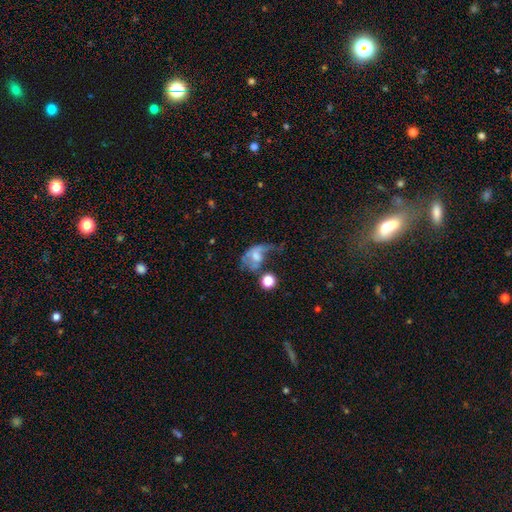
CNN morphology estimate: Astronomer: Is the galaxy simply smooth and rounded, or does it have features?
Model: featured or disk — 47% (runner-up: smooth, 41%).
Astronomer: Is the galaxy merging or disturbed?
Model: major disturbance — 48%.